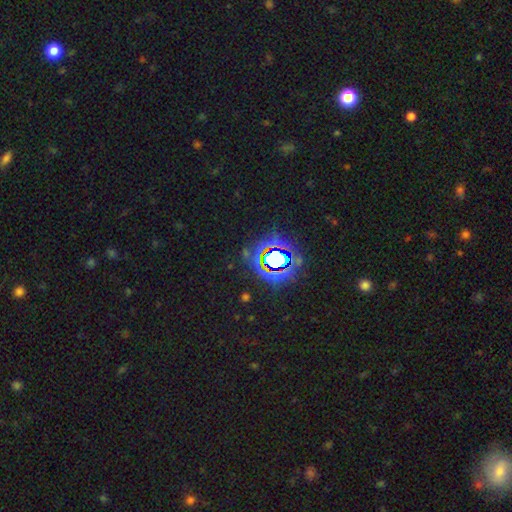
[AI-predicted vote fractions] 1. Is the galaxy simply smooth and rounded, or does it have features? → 80% star or artifact, 13% smooth, 7% featured or disk.